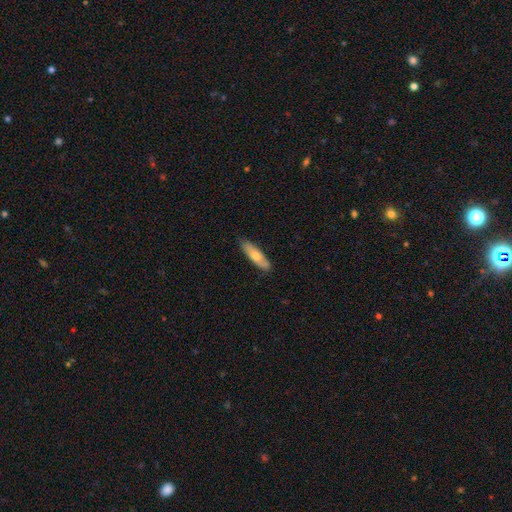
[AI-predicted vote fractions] smooth 59%, featured or disk 35%, star or artifact 6%. Down the decision tree: how rounded — cigar-shaped (67%); merging — none (87%).